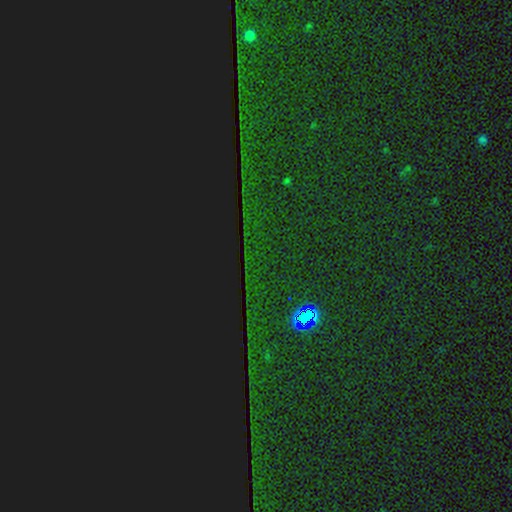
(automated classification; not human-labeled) Smooth or featured? Predicted: star or artifact (p=0.86).